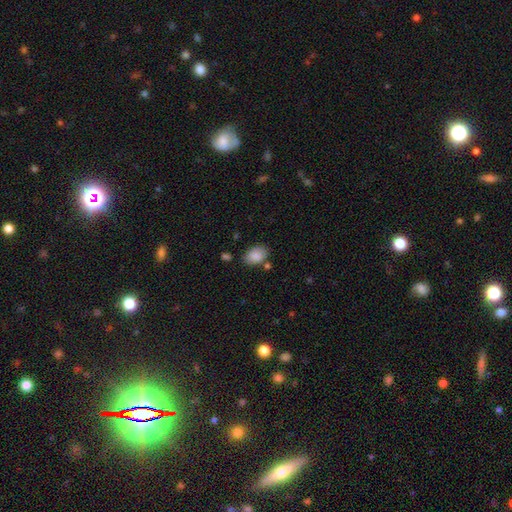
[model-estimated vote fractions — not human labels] Smooth or featured: smooth — 87% (star or artifact — 7%)
How rounded: in between — 86% (round — 13%)
Merging: none — 76% (minor disturbance — 15%)